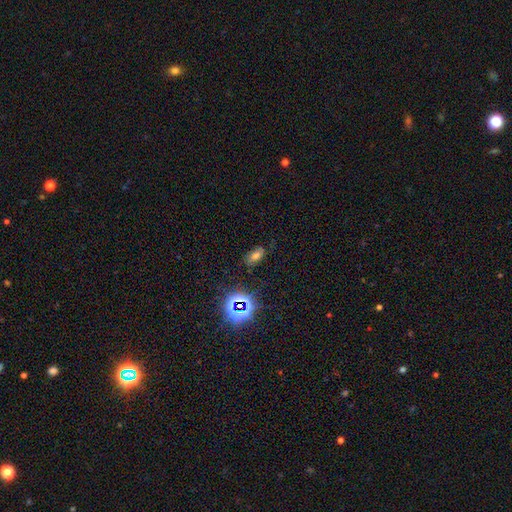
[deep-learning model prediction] Smooth or featured: smooth — 54% (star or artifact — 27%)
How rounded: in between — 85% (round — 7%)
Merging: none — 75% (minor disturbance — 17%)